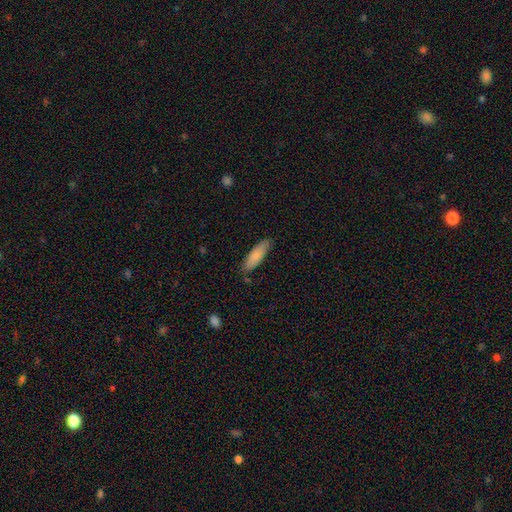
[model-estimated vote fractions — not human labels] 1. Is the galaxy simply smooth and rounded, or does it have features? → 81% smooth, 13% featured or disk, 6% star or artifact.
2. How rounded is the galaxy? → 51% cigar-shaped, 47% in between, 2% round.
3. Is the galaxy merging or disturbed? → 81% none, 14% minor disturbance, 2% major disturbance, 2% merger.